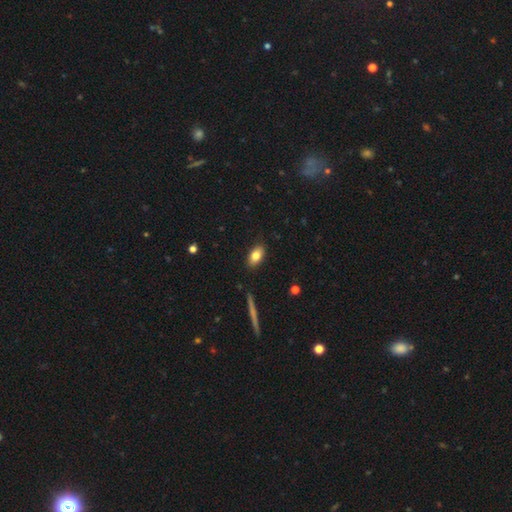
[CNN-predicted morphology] The model was most divided on "smooth or featured": smooth: 80%, featured or disk: 12%, star or artifact: 8%. More confident: how rounded — in between (87%); merging — none (87%).